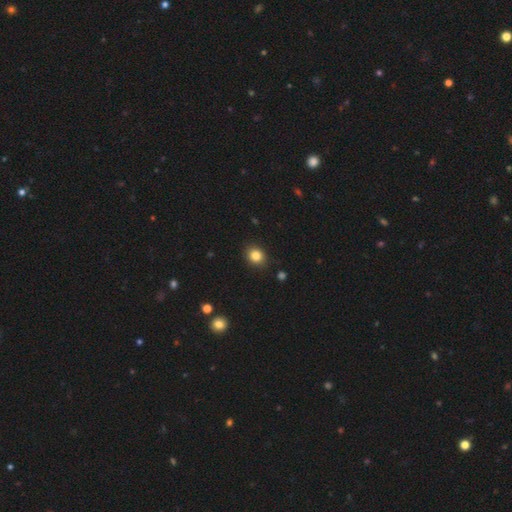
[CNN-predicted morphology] Smooth or featured? Predicted: smooth (p=0.84). How rounded? Predicted: round (p=0.67). Merging? Predicted: none (p=0.88).